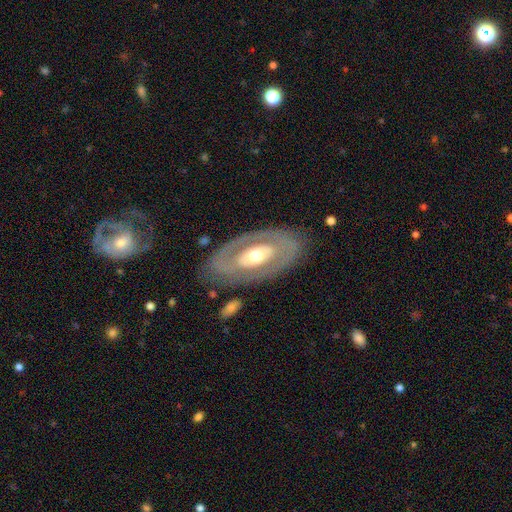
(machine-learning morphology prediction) A featured or disk galaxy (68%) with no bar (76%), no spiral arms (78%) and a moderate central bulge (66%).

Vote fractions:
- Smooth or featured? featured or disk: 68% / smooth: 27% / star or artifact: 5%
- Edge-on disk? no: 89% / yes: 11%
- Bar? no: 76% / weak: 15% / strong: 9%
- Spiral arms? no: 78% / yes: 22%
- Bulge size? moderate: 66% / small: 16% / large: 15% / dominant: 2% / none: 1%
- Merging? none: 79% / minor disturbance: 12% / major disturbance: 6% / merger: 2%